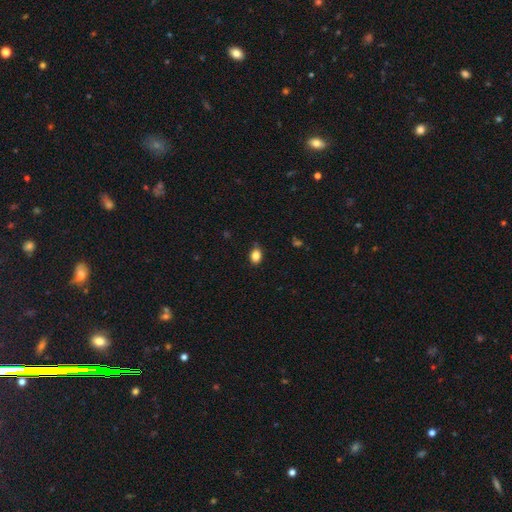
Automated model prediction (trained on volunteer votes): Overall: smooth (86%). How rounded: in between (69%; round 30%). Merging: none (82%).